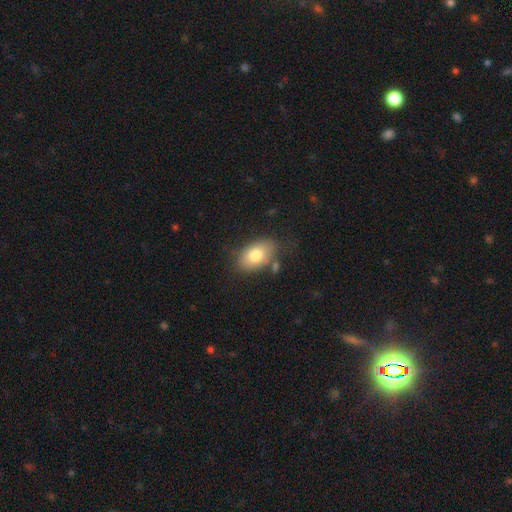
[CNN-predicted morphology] This appears to be a smooth galaxy with no disk features (77%) that is in between round and cigar-shaped (88%). Merging: none (73%).